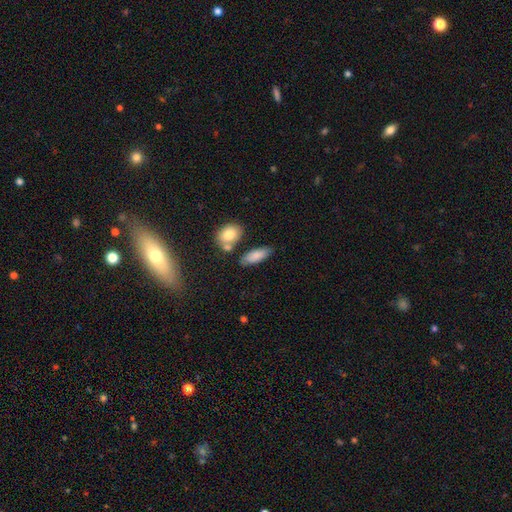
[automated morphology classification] This is clearly a smooth galaxy (84%). How rounded: likely in between (76%). Merging: likely none (70%).